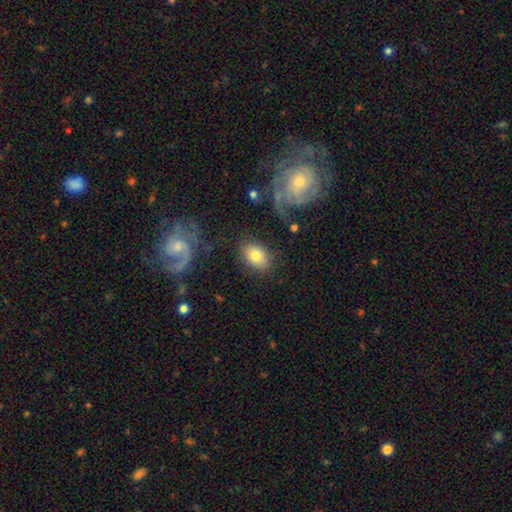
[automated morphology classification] Overall: smooth (76%). How rounded: in between (80%). Merging: none (77%).